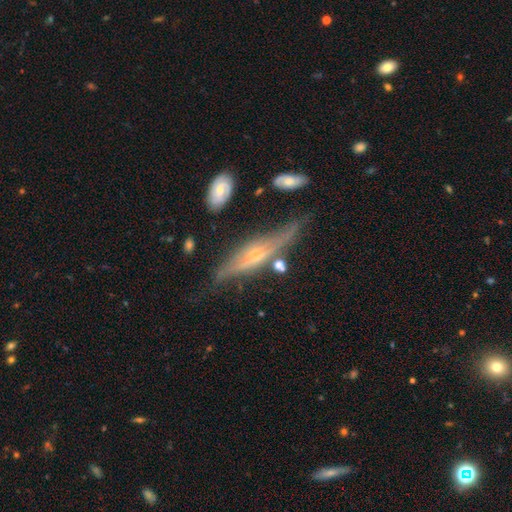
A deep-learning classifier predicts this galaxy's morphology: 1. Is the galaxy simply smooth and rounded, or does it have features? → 75% featured or disk, 17% smooth, 8% star or artifact.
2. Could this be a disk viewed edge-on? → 89% yes, 11% no.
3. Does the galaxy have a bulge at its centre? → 68% rounded, 20% boxy, 12% none.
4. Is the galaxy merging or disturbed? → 61% none, 23% minor disturbance, 10% major disturbance, 6% merger.